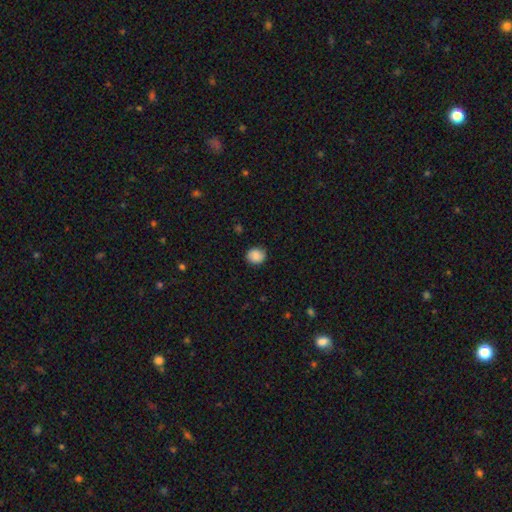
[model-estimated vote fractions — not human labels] smooth 83%, star or artifact 9%, featured or disk 8%. Down the decision tree: how rounded — round (77%); merging — none (85%).